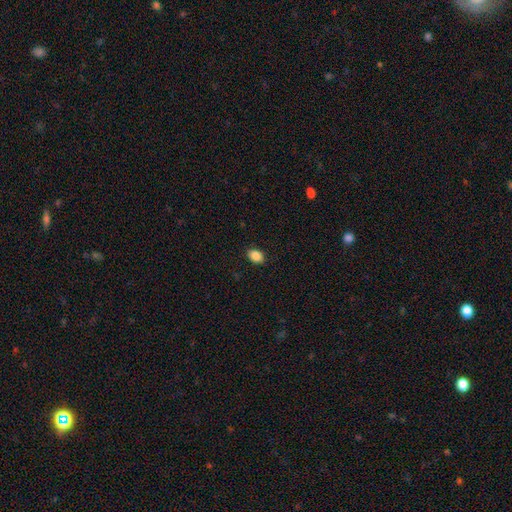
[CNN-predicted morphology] Smooth or featured? Predicted: smooth (p=0.87). How rounded? Predicted: in between (p=0.73). Merging? Predicted: none (p=0.88).